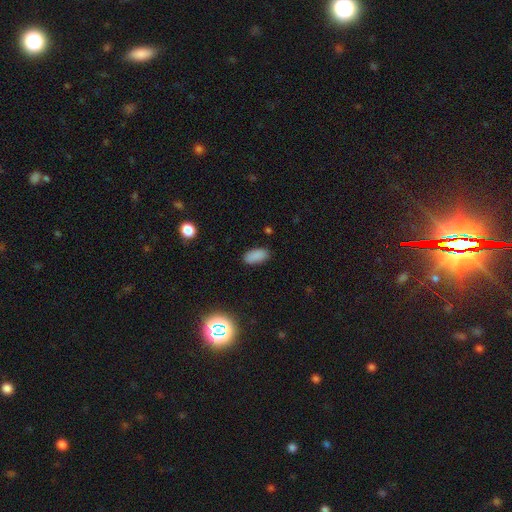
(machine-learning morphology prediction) The model was most divided on "merging": none: 87%, minor disturbance: 10%, major disturbance: 2%, merger: 1%. More confident: how rounded — in between (92%); smooth or featured — smooth (87%).